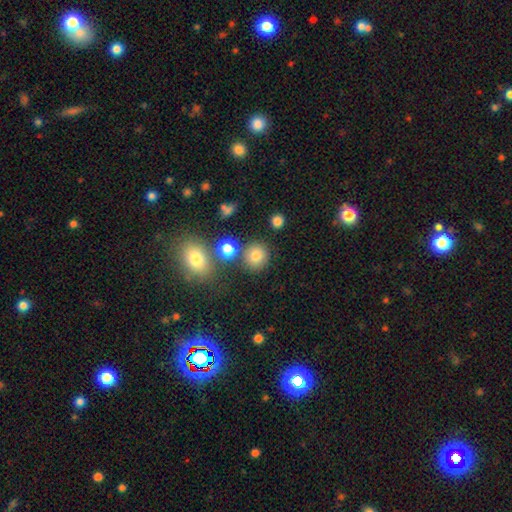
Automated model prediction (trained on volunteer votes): Morphology: type=smooth (78%); roundness=round (88%); merging=none (79%).